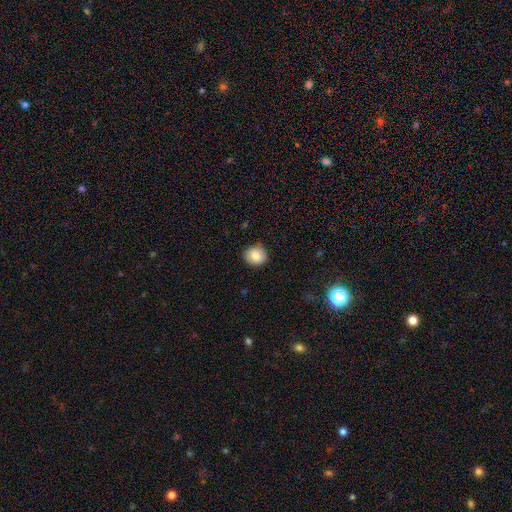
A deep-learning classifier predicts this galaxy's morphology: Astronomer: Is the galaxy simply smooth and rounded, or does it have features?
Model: smooth — 85%.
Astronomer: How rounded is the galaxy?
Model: round — 77%.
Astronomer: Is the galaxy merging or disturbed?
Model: none — 89%.